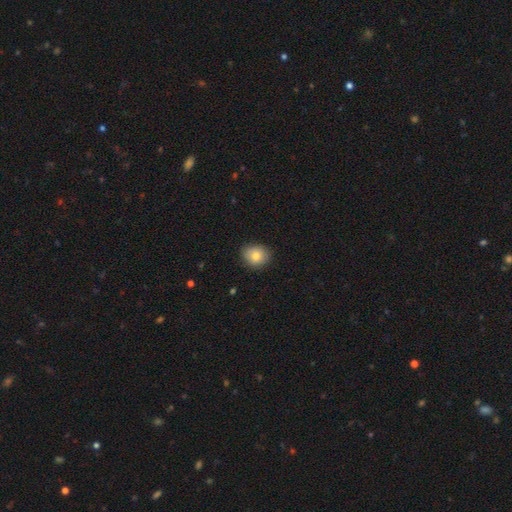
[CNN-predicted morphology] A smooth galaxy with no disk features (80%) that is round (64%).

Vote fractions:
- Smooth or featured? smooth: 80% / featured or disk: 11% / star or artifact: 9%
- How rounded? round: 64% / in between: 35% / cigar-shaped: 1%
- Merging? none: 83% / minor disturbance: 14% / major disturbance: 2% / merger: 1%